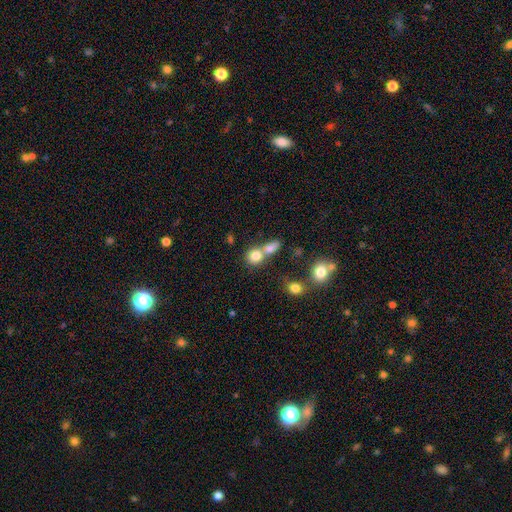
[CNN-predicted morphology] A smooth galaxy with no disk features (80%) that is round (78%).

Vote fractions:
- Smooth or featured? smooth: 80% / star or artifact: 10% / featured or disk: 10%
- How rounded? round: 78% / in between: 21% / cigar-shaped: 2%
- Merging? merger: 46% / none: 42% / minor disturbance: 8% / major disturbance: 4%